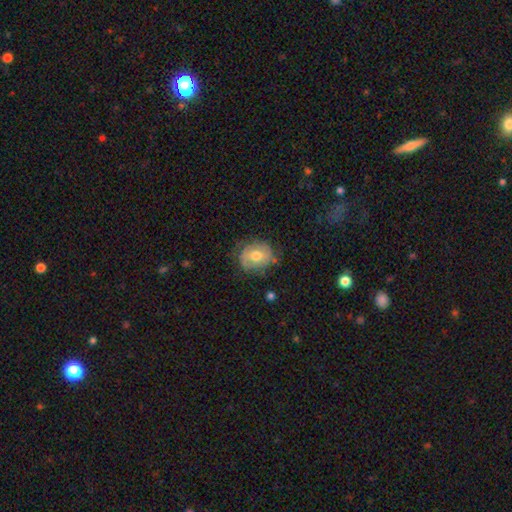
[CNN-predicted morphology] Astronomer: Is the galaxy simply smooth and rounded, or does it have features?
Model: featured or disk — 46%, tied with smooth at 46%.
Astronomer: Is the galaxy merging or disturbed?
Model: none — 69%.